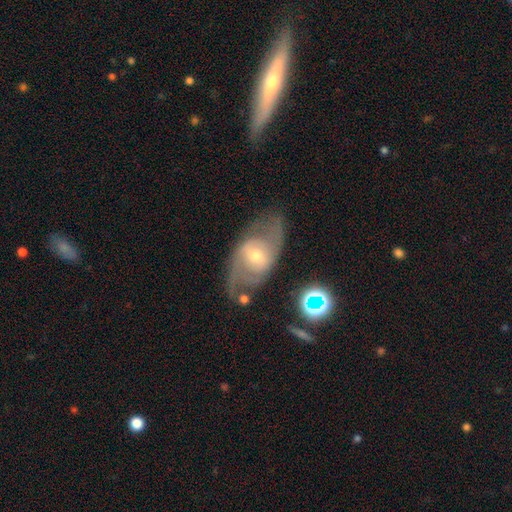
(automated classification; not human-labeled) A featured or disk galaxy (77%) with no bar (45%), 2 (78%) medium (46%) spiral arms (88%) and a small central bulge (48%).

Vote fractions:
- Smooth or featured? featured or disk: 77% / smooth: 14% / star or artifact: 8%
- Edge-on disk? no: 93% / yes: 7%
- Bar? no: 45% / weak: 41% / strong: 14%
- Spiral arms? yes: 88% / no: 12%
- Spiral winding? medium: 46% / loose: 28% / tight: 26%
- Spiral arm count? 2: 78% / can't tell: 13% / 3: 3% / 1: 2% / 4: 1% / more than 4: 1%
- Bulge size? small: 48% / moderate: 47% / large: 3% / none: 1% / dominant: 1%
- Merging? none: 65% / minor disturbance: 19% / major disturbance: 13% / merger: 3%